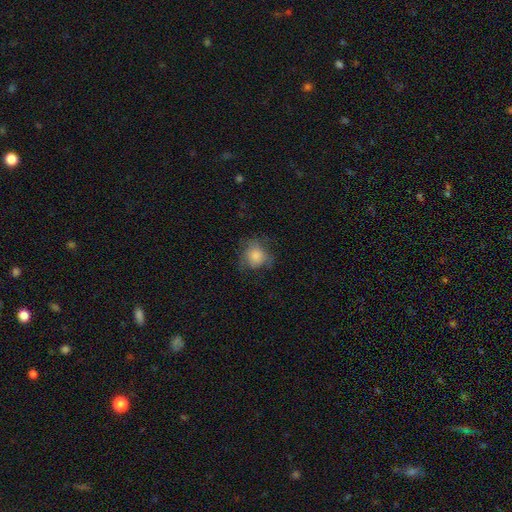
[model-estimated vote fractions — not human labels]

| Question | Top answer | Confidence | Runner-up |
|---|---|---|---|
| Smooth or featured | smooth | 77% | featured or disk (14%) |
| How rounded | round | 77% | in between (22%) |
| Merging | none | 56% | minor disturbance (25%) |